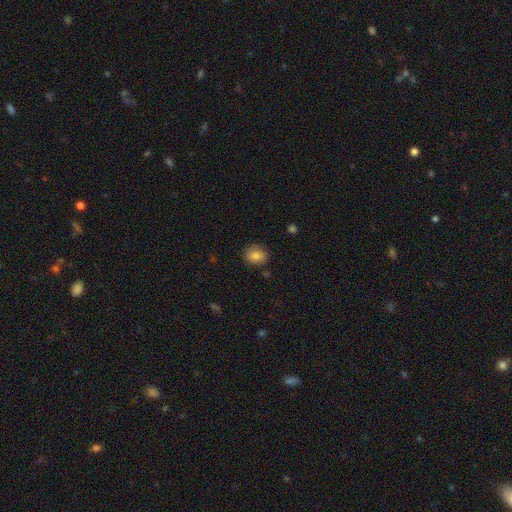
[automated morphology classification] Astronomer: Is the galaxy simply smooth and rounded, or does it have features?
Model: smooth — 83%.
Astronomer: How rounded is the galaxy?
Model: round — 64%.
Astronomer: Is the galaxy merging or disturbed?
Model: none — 83%.